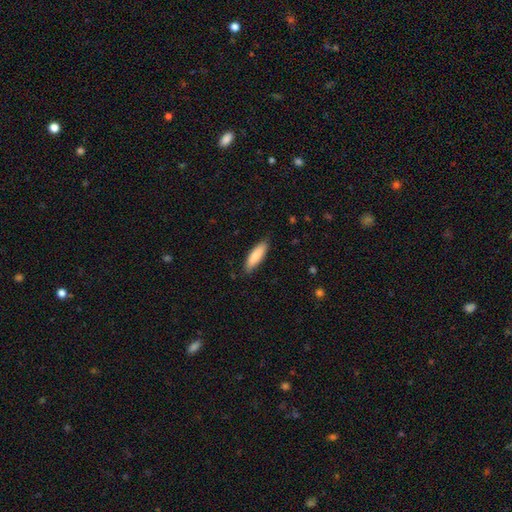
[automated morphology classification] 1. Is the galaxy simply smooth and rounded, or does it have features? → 85% smooth, 10% featured or disk, 5% star or artifact.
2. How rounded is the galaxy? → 56% cigar-shaped, 42% in between, 1% round.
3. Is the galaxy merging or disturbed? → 85% none, 12% minor disturbance, 2% major disturbance, 1% merger.